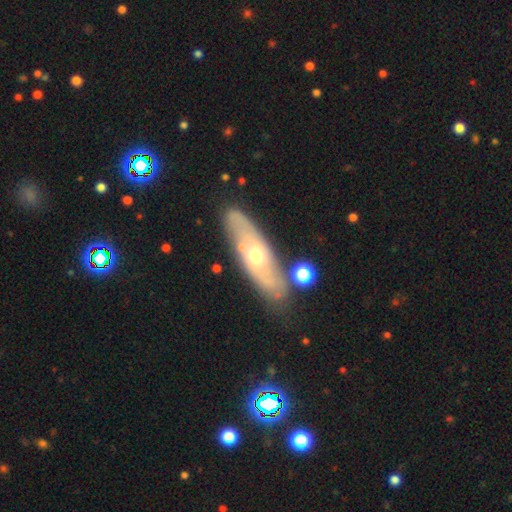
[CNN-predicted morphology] type=featured or disk (60%); edge-on=no (72%); merging=none (72%).